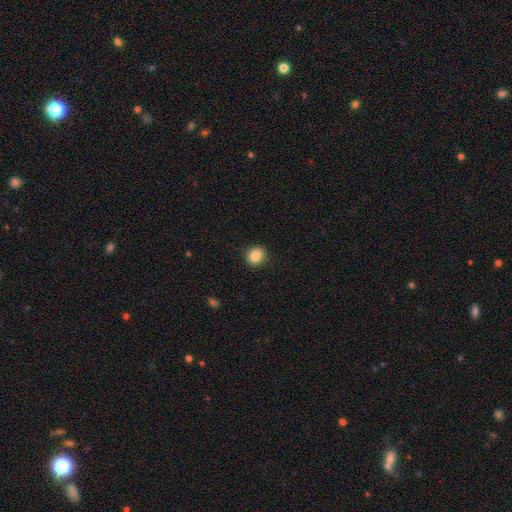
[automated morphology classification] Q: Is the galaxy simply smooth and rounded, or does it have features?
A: smooth — 85%.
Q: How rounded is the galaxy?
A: round — 81%.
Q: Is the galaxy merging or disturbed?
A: none — 90%.